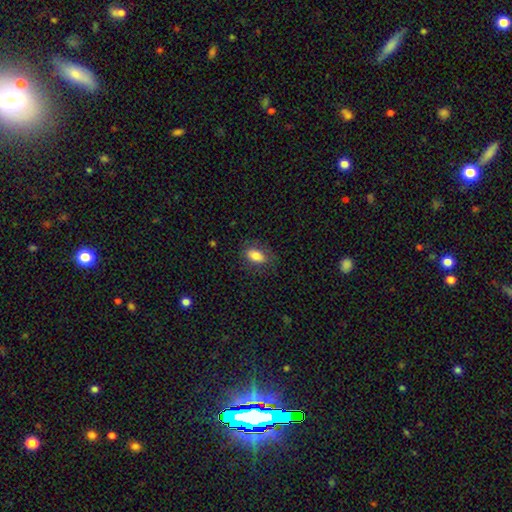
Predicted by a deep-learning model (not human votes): Morphology: type=smooth (82%); roundness=in between (89%); merging=none (78%).